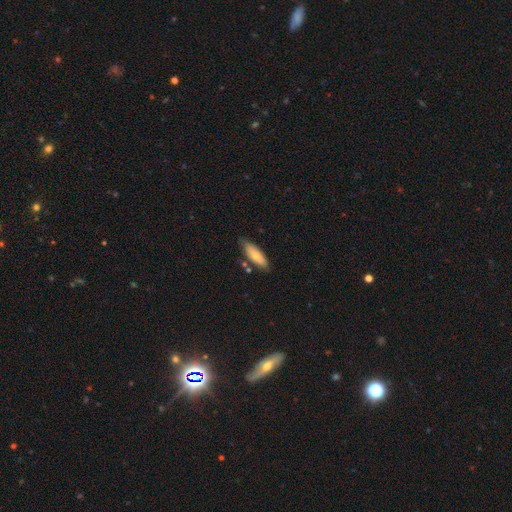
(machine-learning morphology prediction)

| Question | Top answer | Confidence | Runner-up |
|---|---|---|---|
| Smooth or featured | smooth | 76% | featured or disk (18%) |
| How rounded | in between | 59% | cigar-shaped (39%) |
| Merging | none | 75% | minor disturbance (17%) |